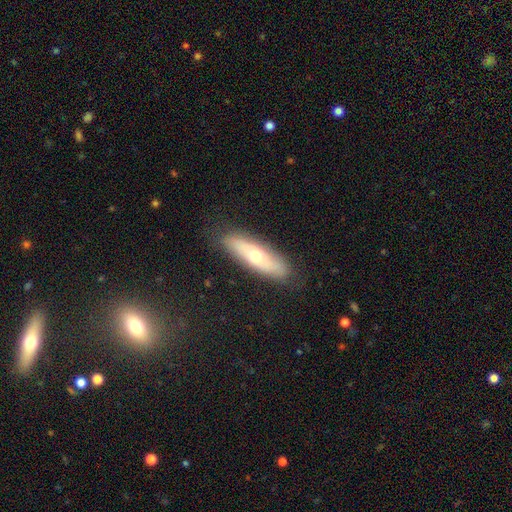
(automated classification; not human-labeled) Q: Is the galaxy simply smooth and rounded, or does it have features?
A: smooth — 50%.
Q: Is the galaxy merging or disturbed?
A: none — 84%.